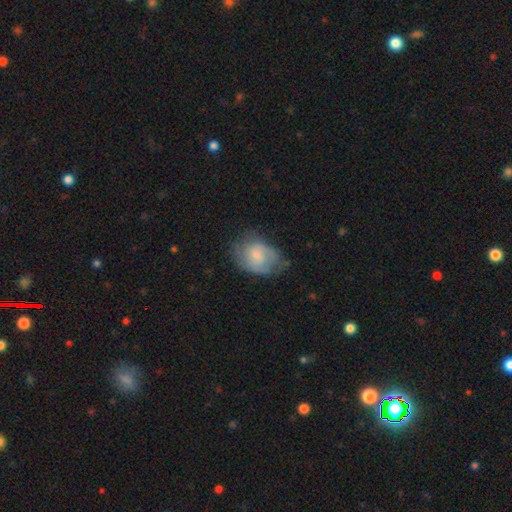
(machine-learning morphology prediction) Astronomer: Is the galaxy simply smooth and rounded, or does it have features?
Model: featured or disk — 49% (runner-up: smooth, 44%).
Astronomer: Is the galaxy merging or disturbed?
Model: none — 53% (runner-up: minor disturbance, 31%).